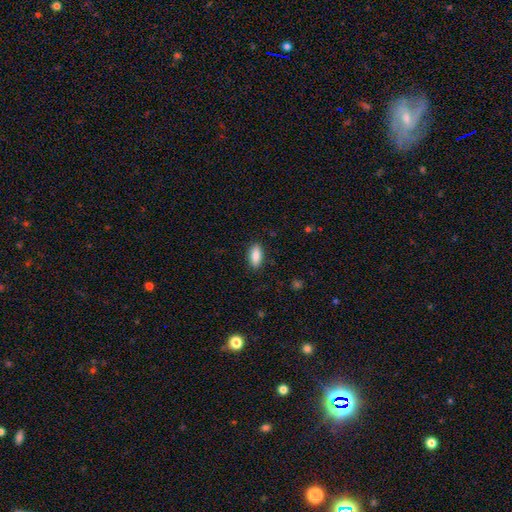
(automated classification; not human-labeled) smooth-or-featured: smooth: 88% | star or artifact: 7% | featured or disk: 5%
  how-rounded: in between: 83% | cigar-shaped: 14% | round: 2%
  merging: none: 88% | minor disturbance: 9% | major disturbance: 2% | merger: 1%